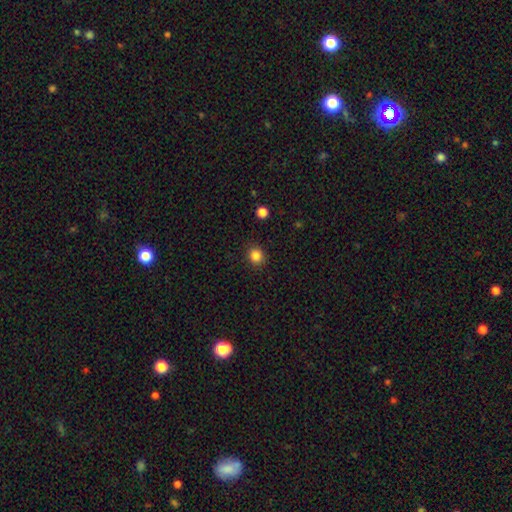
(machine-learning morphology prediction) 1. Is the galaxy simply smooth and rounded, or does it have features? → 85% smooth, 12% star or artifact, 4% featured or disk.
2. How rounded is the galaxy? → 81% round, 18% in between, 1% cigar-shaped.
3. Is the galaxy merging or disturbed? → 90% none, 7% minor disturbance, 2% major disturbance, 1% merger.